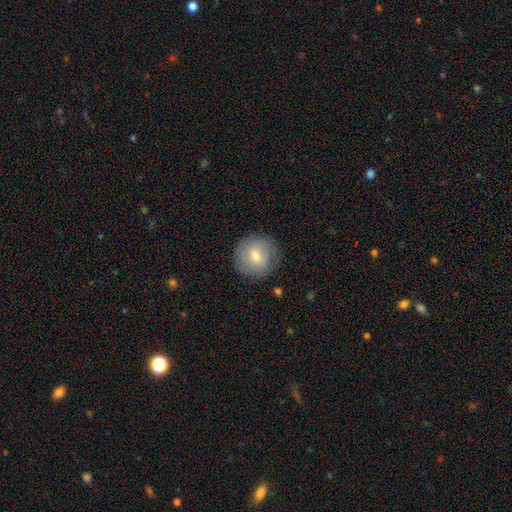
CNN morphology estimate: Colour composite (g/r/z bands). It shows a smooth galaxy with no disk features (70%) that is round (92%). Merging: none (84%).